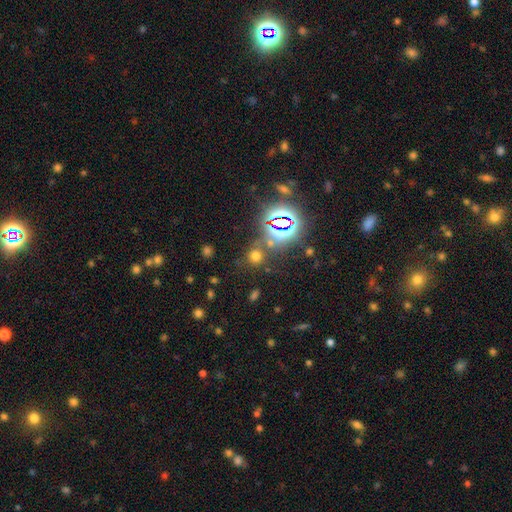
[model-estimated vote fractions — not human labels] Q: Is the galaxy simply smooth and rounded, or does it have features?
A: smooth — 55%.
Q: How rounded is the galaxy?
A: round — 83%.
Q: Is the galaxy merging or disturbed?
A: none — 72%.